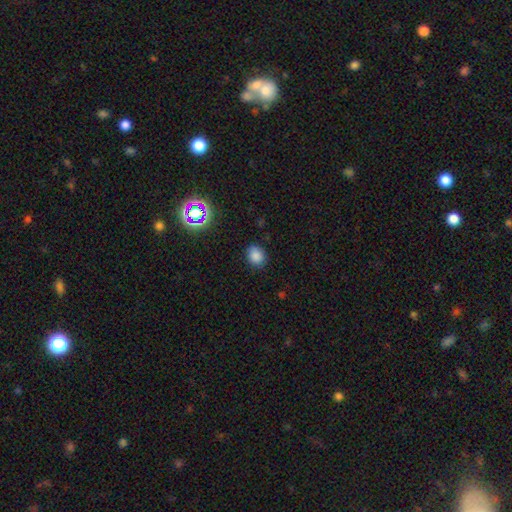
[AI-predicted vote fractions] Smooth or featured: smooth — 82% (star or artifact — 14%)
How rounded: round — 56% (in between — 43%)
Merging: none — 82% (minor disturbance — 13%)